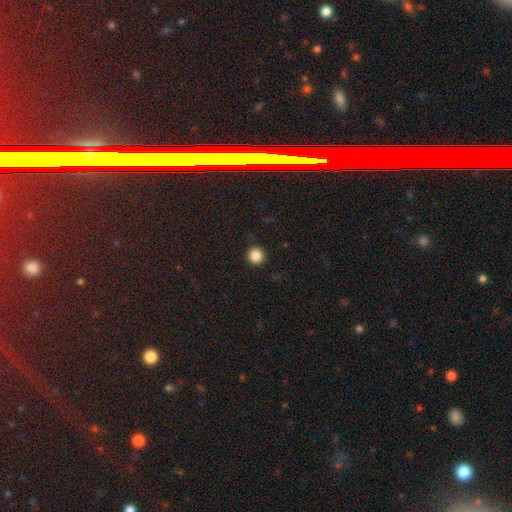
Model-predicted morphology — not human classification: smooth-or-featured: smooth: 86% | star or artifact: 10% | featured or disk: 3%
  how-rounded: round: 95% | in between: 4% | cigar-shaped: 1%
  merging: none: 92% | minor disturbance: 5% | major disturbance: 2% | merger: 1%